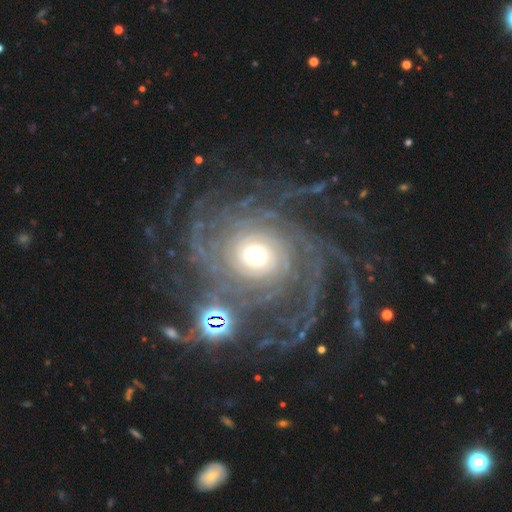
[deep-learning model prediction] Overall: featured or disk (90%). Edge-on disk: no (98%). Bar: no (75%). Spiral arms: yes (98%). Spiral arm count: more than 4 (32%; can't tell 19%). Spiral winding: tight (70%). Bulge size: moderate (62%). Merging: none (66%).